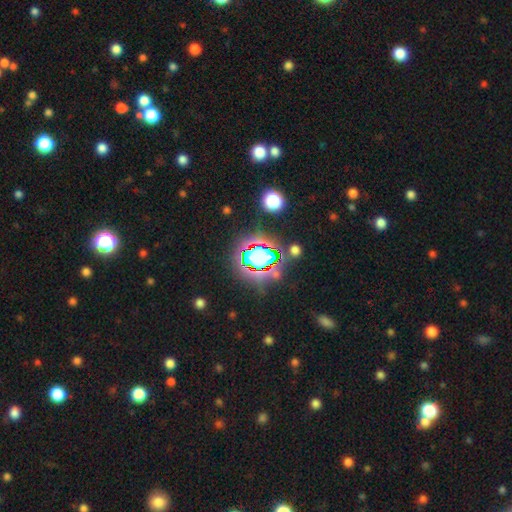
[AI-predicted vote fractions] A star or artifact, not a galaxy (67%).

Vote fractions:
- Smooth or featured? star or artifact: 67% / smooth: 20% / featured or disk: 12%